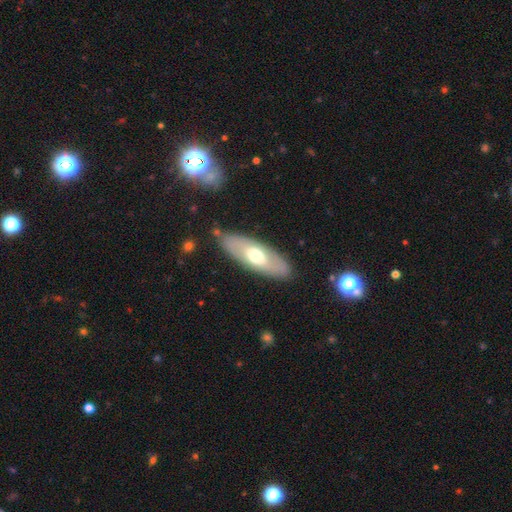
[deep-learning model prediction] Smooth or featured?
  - smooth: 53% *
  - featured or disk: 42%
  - star or artifact: 5%
How rounded?
  - in between: 70% *
  - cigar-shaped: 28%
  - round: 2%
Merging?
  - none: 82% *
  - minor disturbance: 13%
  - major disturbance: 3%
  - merger: 2%